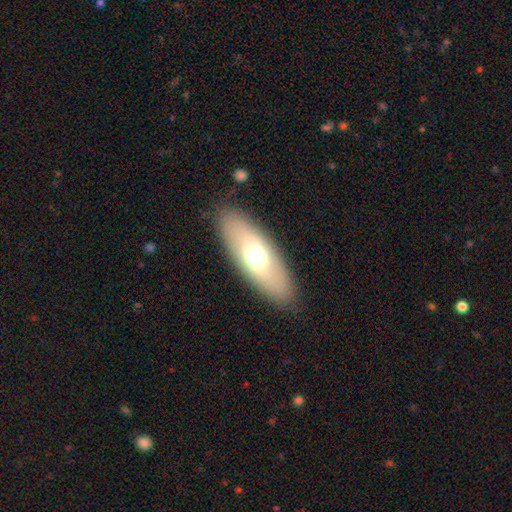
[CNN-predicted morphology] This appears to be a smooth galaxy with no disk features (60%) that is in between round and cigar-shaped (75%). Merging: none (86%).